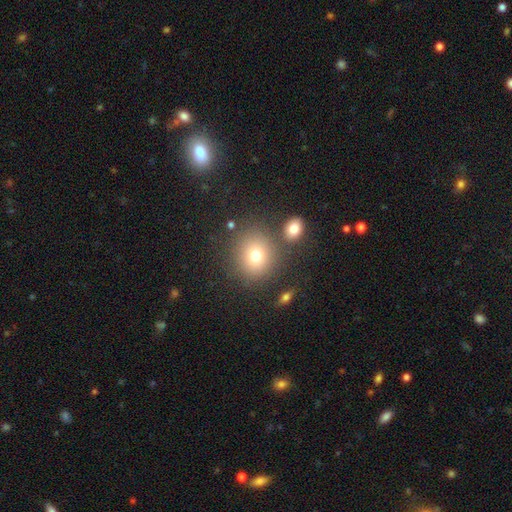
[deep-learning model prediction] Smooth or featured? smooth (75%)
How rounded? round (81%)
Merging? none (78%)